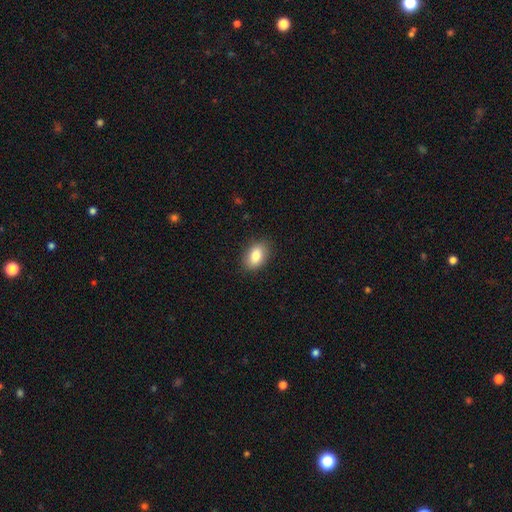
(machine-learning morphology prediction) The model was most divided on "how rounded": in between: 84%, round: 14%, cigar-shaped: 2%. More confident: merging — none (87%); smooth or featured — smooth (83%).